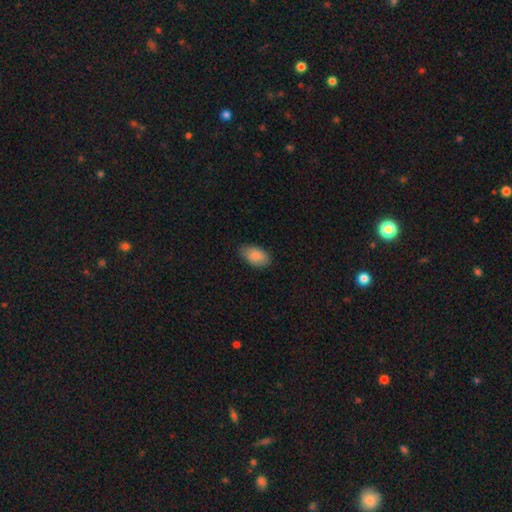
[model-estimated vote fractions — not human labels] The model was most divided on "merging": none: 78%, minor disturbance: 18%, major disturbance: 3%, merger: 1%. More confident: how rounded — in between (93%); smooth or featured — smooth (87%).